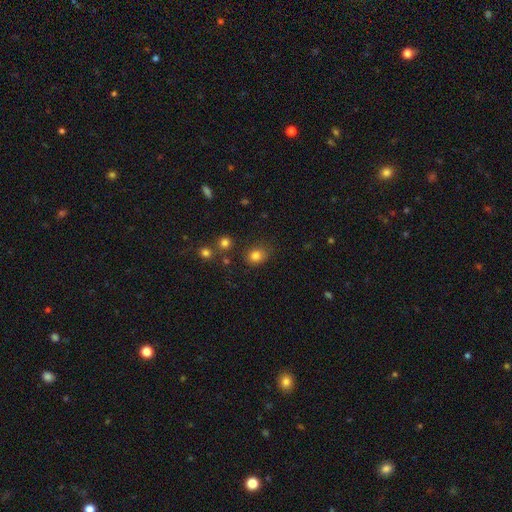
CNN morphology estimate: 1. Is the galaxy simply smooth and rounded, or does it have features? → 81% smooth, 13% star or artifact, 6% featured or disk.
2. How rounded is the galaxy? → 60% round, 39% in between, 1% cigar-shaped.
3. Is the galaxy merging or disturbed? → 76% none, 16% minor disturbance, 4% major disturbance, 4% merger.